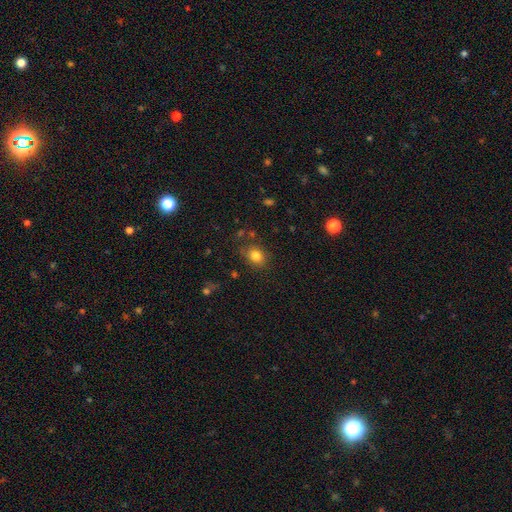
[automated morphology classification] A smooth galaxy with no disk features (82%) that is in between round and cigar-shaped (56%). Merging: none (77%).